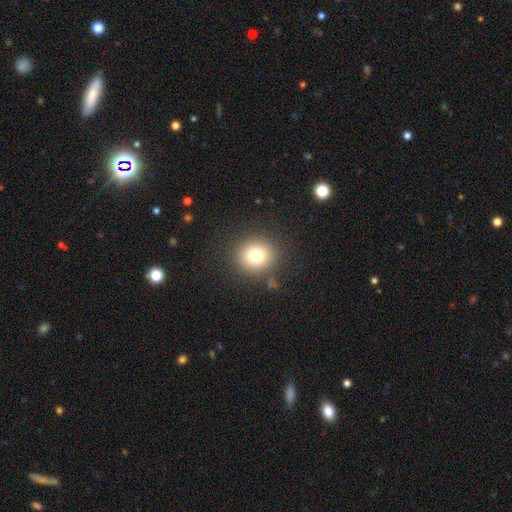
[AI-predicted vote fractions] Smooth or featured? Predicted: smooth (p=0.77). How rounded? Predicted: round (p=0.86). Merging? Predicted: none (p=0.86).